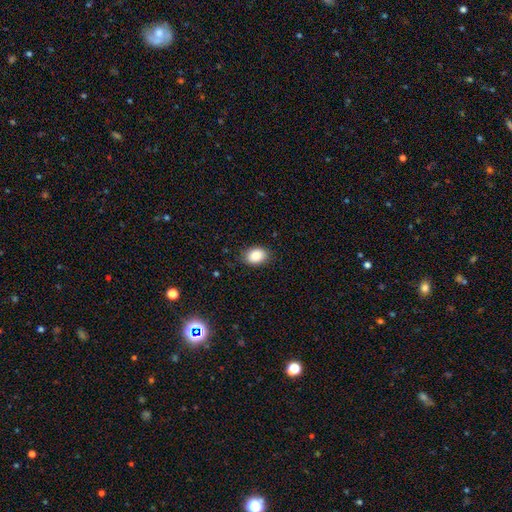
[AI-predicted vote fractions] This appears to be a smooth galaxy with no disk features (87%) that is in between round and cigar-shaped (73%). Merging: none (86%).